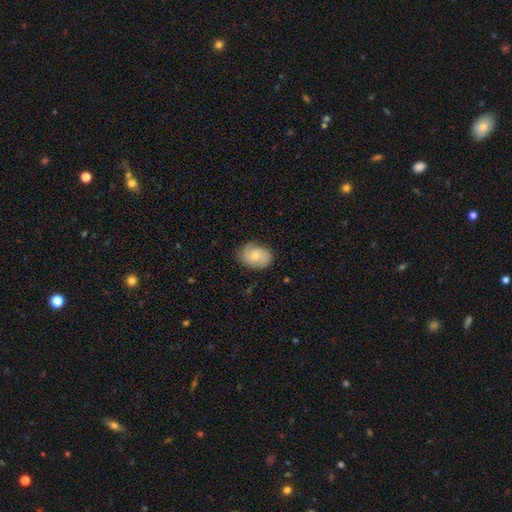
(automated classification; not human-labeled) Overall: smooth (67%). How rounded: in between (73%). Merging: none (74%).